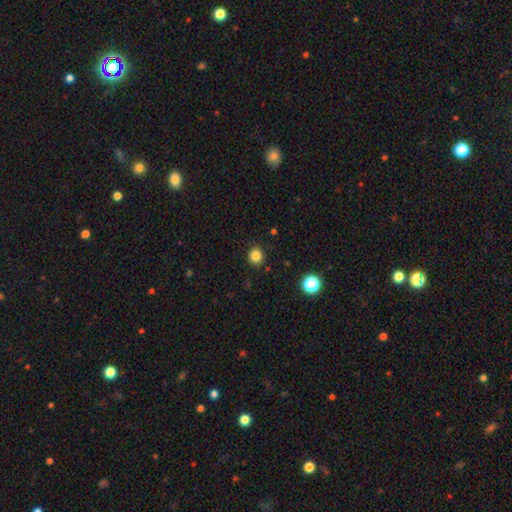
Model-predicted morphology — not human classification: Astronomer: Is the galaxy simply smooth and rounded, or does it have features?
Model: smooth — 84%.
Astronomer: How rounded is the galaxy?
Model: round — 86%.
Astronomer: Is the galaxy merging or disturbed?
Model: none — 90%.